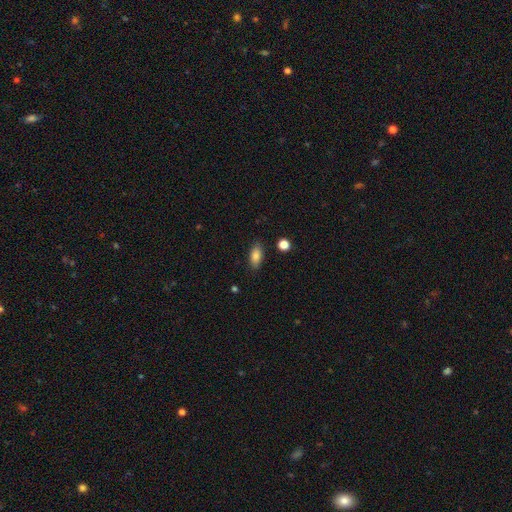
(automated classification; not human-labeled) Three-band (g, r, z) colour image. It shows a smooth galaxy with no disk features (83%) that is in between round and cigar-shaped (86%). Merging: none (86%).